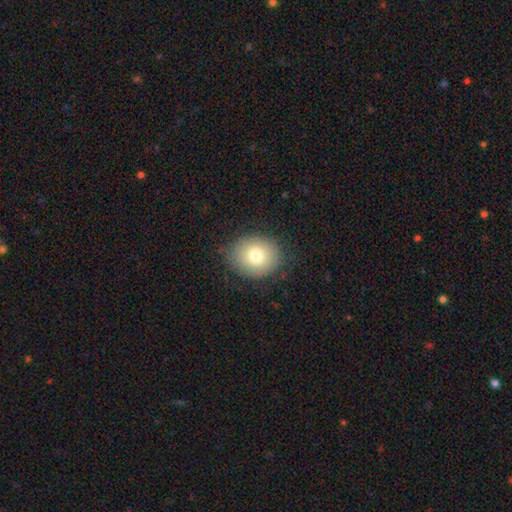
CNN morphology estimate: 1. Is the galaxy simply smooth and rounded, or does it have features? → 76% smooth, 14% featured or disk, 9% star or artifact.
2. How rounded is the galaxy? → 56% round, 43% in between, 1% cigar-shaped.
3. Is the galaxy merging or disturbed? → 83% none, 13% minor disturbance, 3% major disturbance, 1% merger.